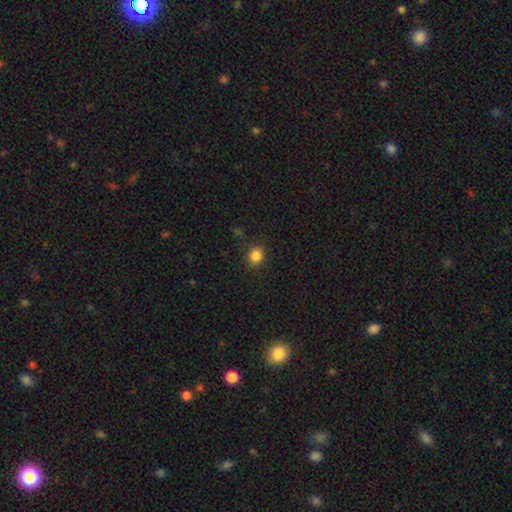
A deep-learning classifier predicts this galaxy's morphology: This appears to be a smooth galaxy with no disk features (85%) that is round (83%). Merging: none (89%).